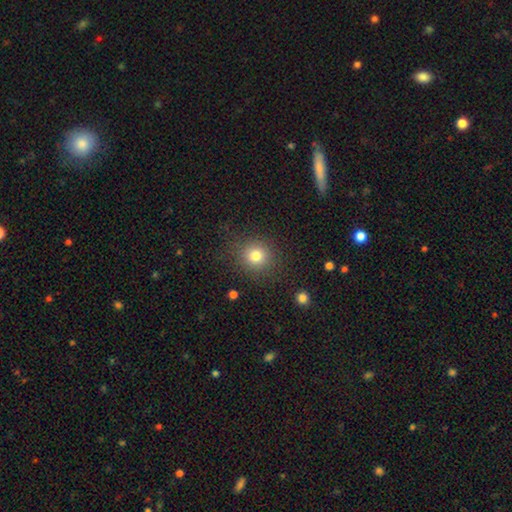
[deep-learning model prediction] A smooth galaxy with no disk features (79%) that is round (89%). Merging: none (85%).